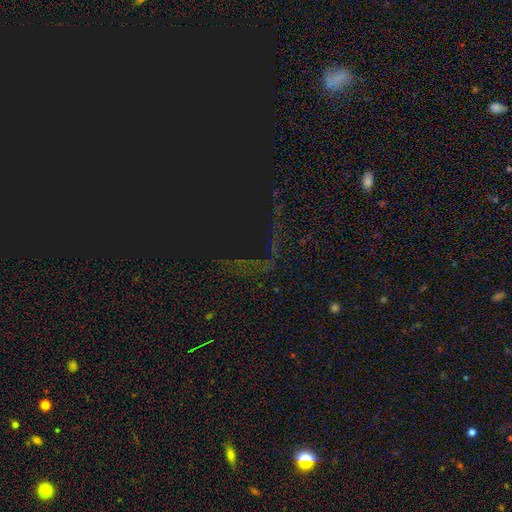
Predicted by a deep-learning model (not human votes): star or artifact 76%, smooth 13%, featured or disk 10%.